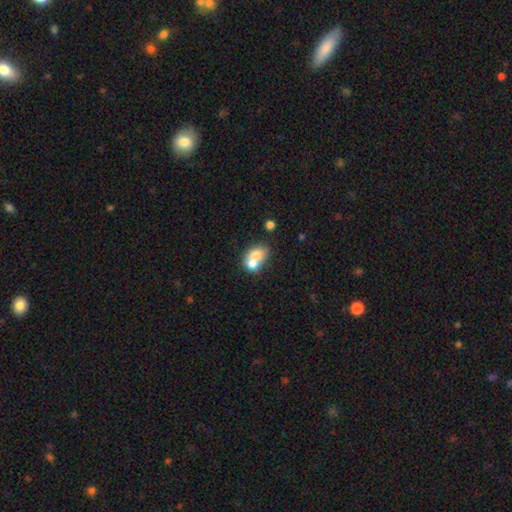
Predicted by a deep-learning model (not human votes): Smooth or featured? smooth (68%)
How rounded? in between (57%)
Merging? merger (63%)